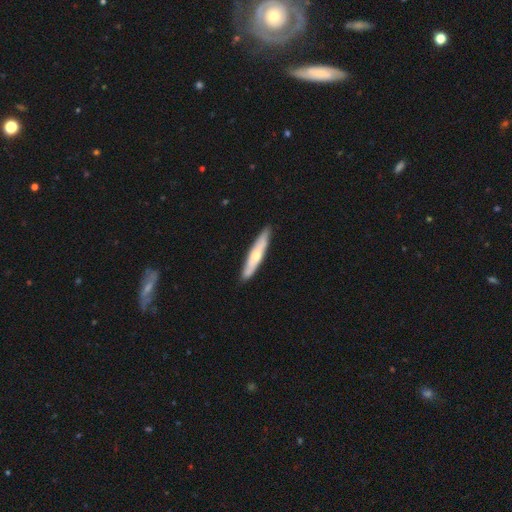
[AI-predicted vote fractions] The model was most divided on "smooth or featured": smooth: 50%, featured or disk: 45%, star or artifact: 5%. More confident: how rounded — cigar-shaped (89%); merging — none (87%).